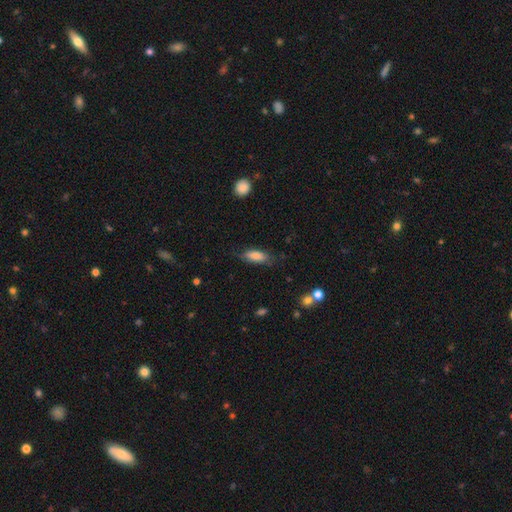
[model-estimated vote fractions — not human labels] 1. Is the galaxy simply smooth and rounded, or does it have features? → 76% smooth, 17% featured or disk, 7% star or artifact.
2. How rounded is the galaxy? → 70% in between, 28% cigar-shaped, 2% round.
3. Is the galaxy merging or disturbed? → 70% none, 23% minor disturbance, 5% major disturbance, 2% merger.